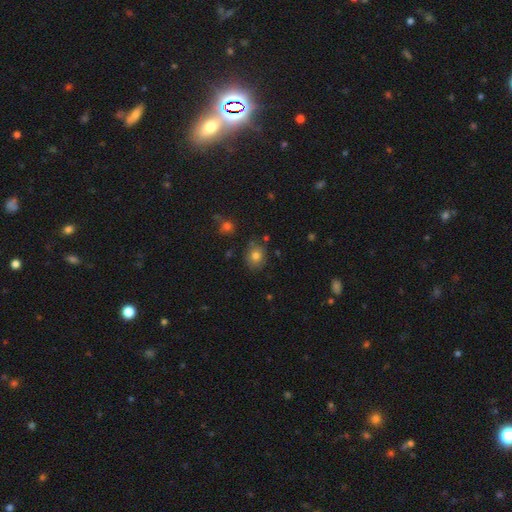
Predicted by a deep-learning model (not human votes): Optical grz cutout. It shows a smooth galaxy with no disk features (78%) that is round (56%). Merging: none (77%).